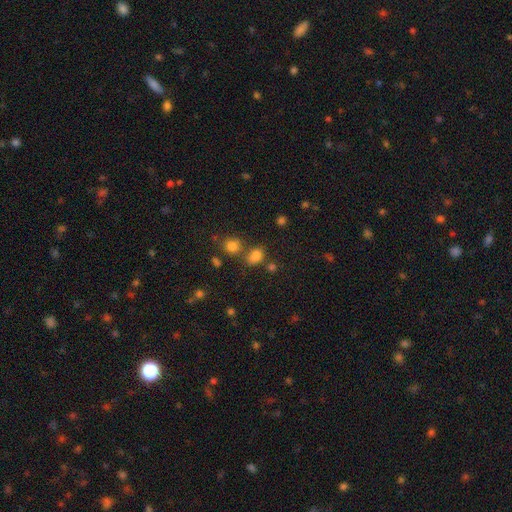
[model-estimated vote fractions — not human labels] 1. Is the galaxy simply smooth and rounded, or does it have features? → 77% smooth, 16% star or artifact, 7% featured or disk.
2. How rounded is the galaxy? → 62% in between, 36% round, 2% cigar-shaped.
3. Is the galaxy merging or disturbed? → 62% none, 19% merger, 14% minor disturbance, 6% major disturbance.